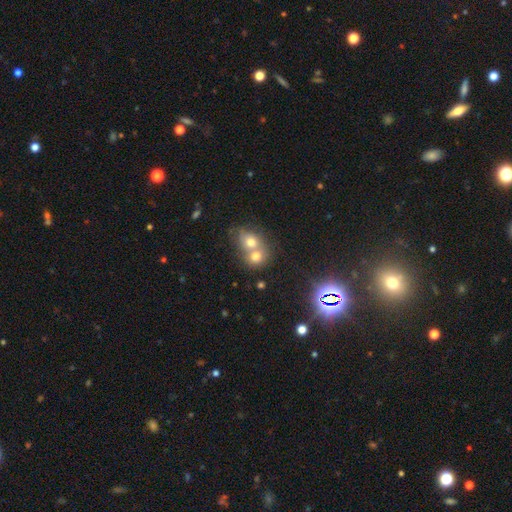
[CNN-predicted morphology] Smooth or featured: smooth — 68% (featured or disk — 18%)
How rounded: round — 66% (in between — 33%)
Merging: merger — 69% (none — 23%)